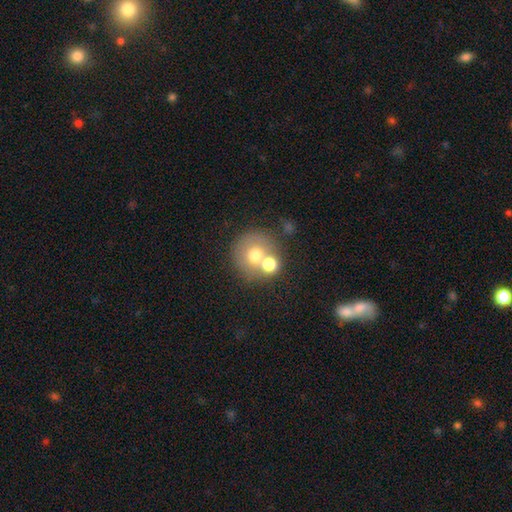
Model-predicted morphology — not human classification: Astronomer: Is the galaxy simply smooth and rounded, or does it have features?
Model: smooth — 65%.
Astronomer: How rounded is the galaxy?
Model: round — 87%.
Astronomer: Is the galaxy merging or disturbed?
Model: merger — 45% (runner-up: none, 42%).